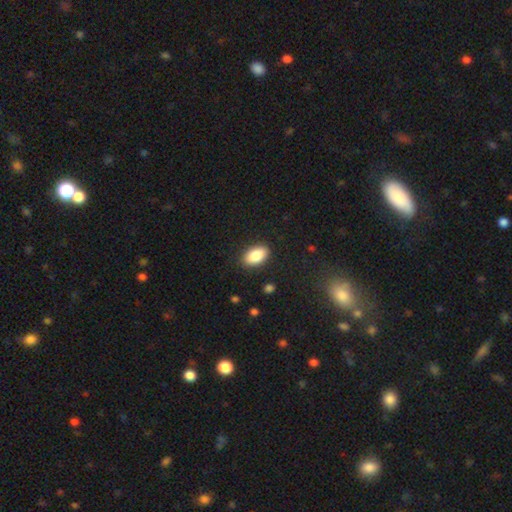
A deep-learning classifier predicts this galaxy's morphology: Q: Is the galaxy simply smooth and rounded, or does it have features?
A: smooth — 87%.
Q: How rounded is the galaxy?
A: in between — 93%.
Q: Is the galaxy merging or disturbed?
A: none — 87%.